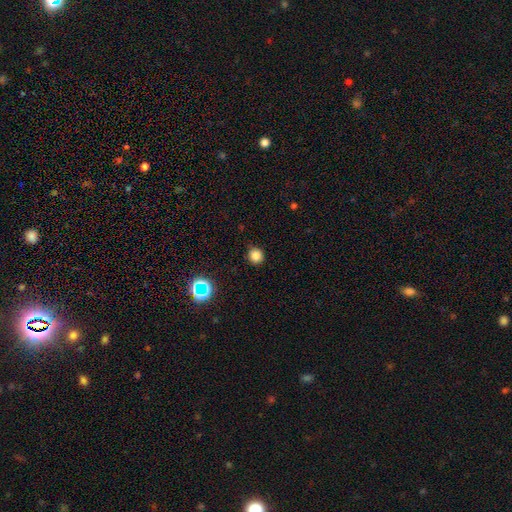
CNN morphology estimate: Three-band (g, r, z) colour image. It shows a smooth galaxy with no disk features (81%) that is round (88%). Merging: none (86%).